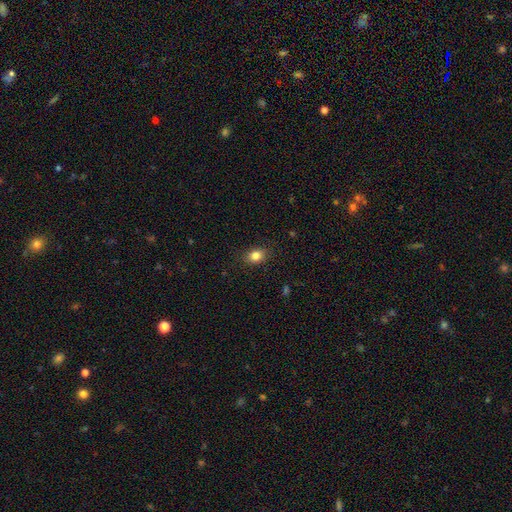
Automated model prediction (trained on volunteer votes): smooth_or_featured: smooth (p=0.83) [alt: star or artifact p=0.10]
how_rounded: in between (p=0.63) [alt: round p=0.36]
merging: none (p=0.86) [alt: minor disturbance p=0.10]